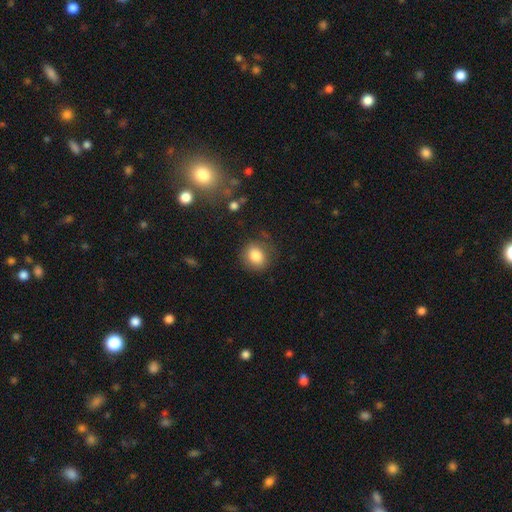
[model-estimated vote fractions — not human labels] A smooth galaxy with no disk features (83%) that is round (70%). Merging: none (79%).